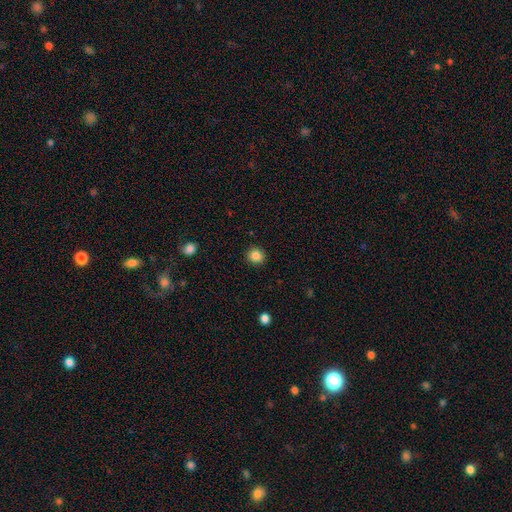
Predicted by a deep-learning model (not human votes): A smooth galaxy with no disk features (85%) that is round (91%).

Vote fractions:
- Smooth or featured? smooth: 85% / star or artifact: 10% / featured or disk: 5%
- How rounded? round: 91% / in between: 8% / cigar-shaped: 1%
- Merging? none: 92% / minor disturbance: 6% / major disturbance: 2% / merger: 1%